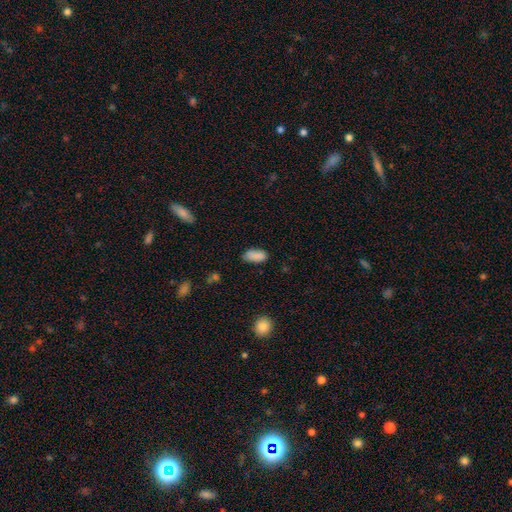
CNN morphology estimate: Smooth or featured? smooth (87%)
How rounded? in between (89%)
Merging? none (74%)